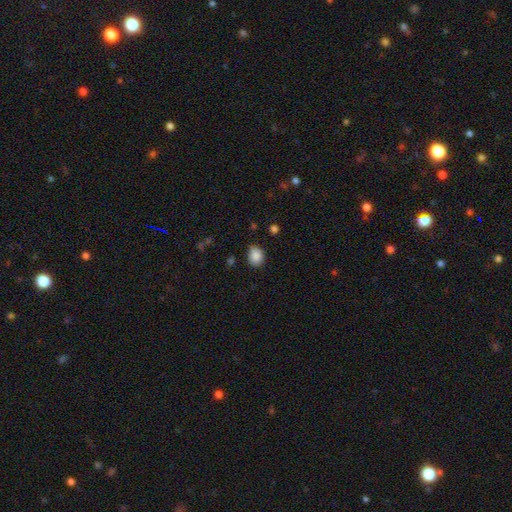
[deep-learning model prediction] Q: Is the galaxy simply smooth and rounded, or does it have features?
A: smooth — 87%.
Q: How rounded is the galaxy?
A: round — 52%.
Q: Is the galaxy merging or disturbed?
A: none — 78%.